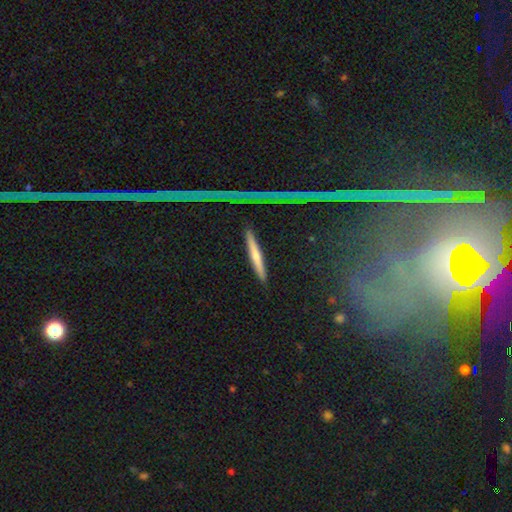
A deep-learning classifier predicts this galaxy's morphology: This is possibly a smooth galaxy (59%). How rounded: clearly cigar-shaped (94%). Merging: clearly none (89%).